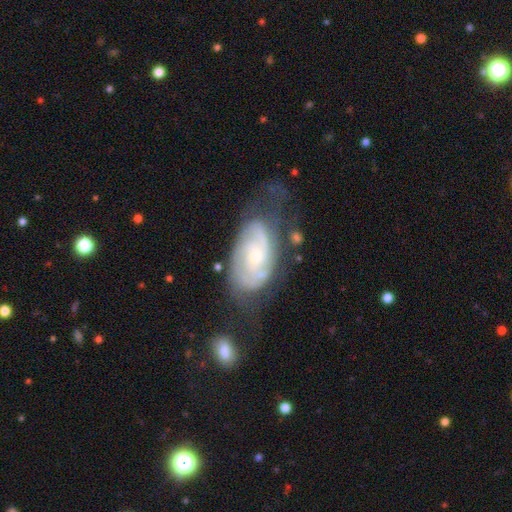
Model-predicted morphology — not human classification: type=featured or disk (82%); edge-on=no (96%); bar=no (66%); spiral arms=yes (94%); winding=tight (56%); arm count=2 (43%); bulge=small (67%); merging=none (50%).